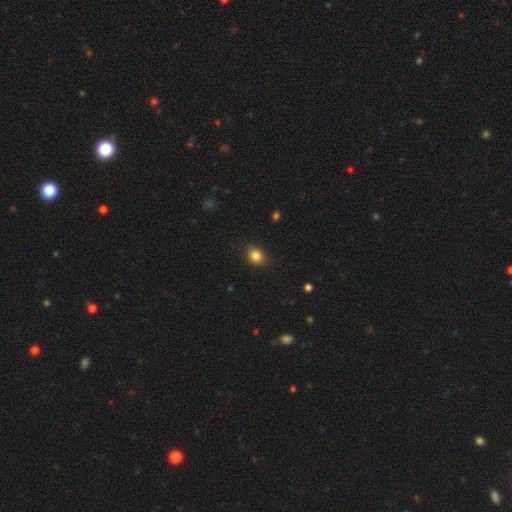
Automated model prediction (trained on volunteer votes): smooth 83%, star or artifact 11%, featured or disk 5%. Down the decision tree: how rounded — round (60%); merging — none (84%).